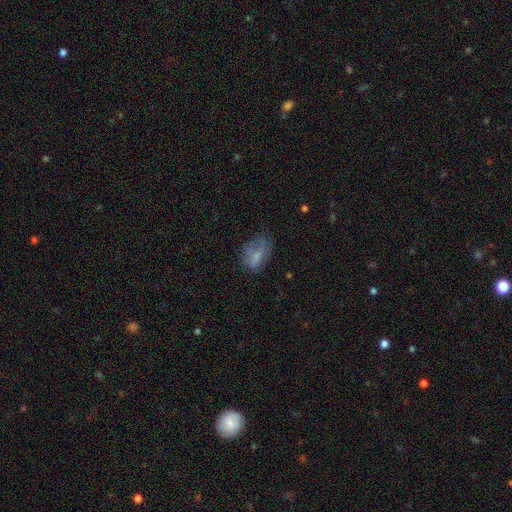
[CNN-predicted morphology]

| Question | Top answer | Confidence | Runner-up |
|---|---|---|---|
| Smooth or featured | smooth | 63% | featured or disk (27%) |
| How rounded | in between | 86% | round (9%) |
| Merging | none | 49% | minor disturbance (29%) |